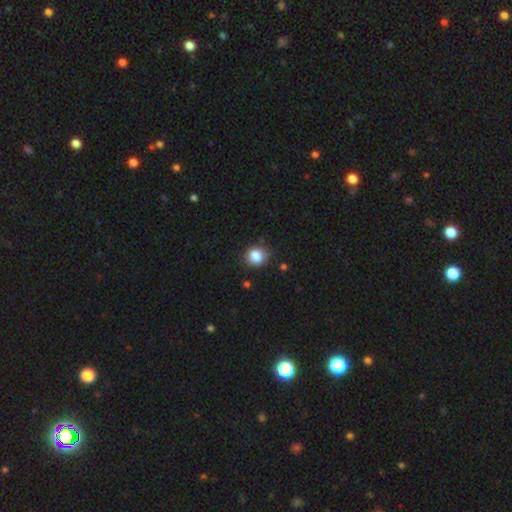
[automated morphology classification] A smooth galaxy with no disk features (83%) that is round (78%).

Vote fractions:
- Smooth or featured? smooth: 83% / star or artifact: 11% / featured or disk: 6%
- How rounded? round: 78% / in between: 21% / cigar-shaped: 1%
- Merging? none: 79% / minor disturbance: 15% / major disturbance: 3% / merger: 2%